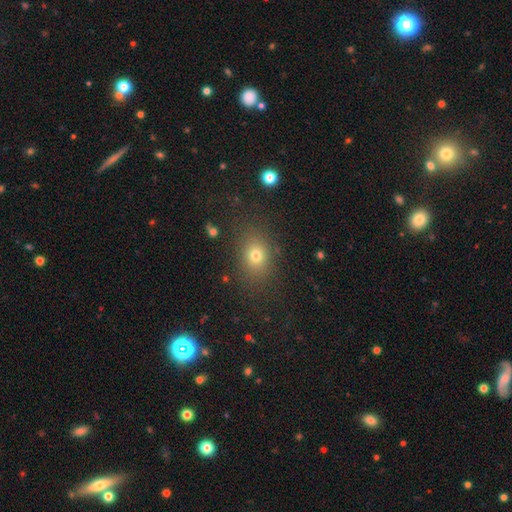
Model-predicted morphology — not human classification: A smooth galaxy with no disk features (73%) that is in between round and cigar-shaped (51%).

Vote fractions:
- Smooth or featured? smooth: 73% / star or artifact: 17% / featured or disk: 10%
- How rounded? in between: 51% / round: 48% / cigar-shaped: 1%
- Merging? none: 81% / minor disturbance: 11% / major disturbance: 6% / merger: 2%